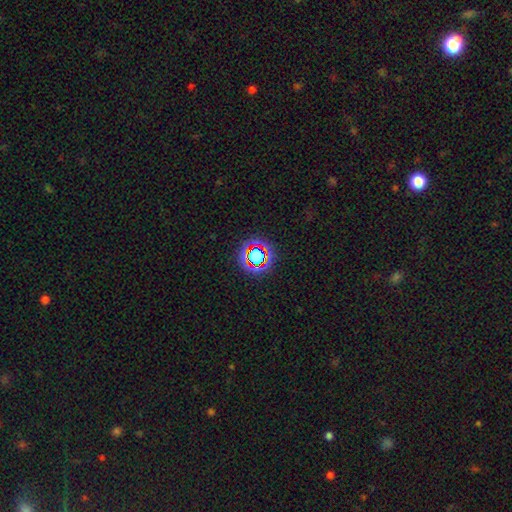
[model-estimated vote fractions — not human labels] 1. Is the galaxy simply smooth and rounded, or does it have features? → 61% star or artifact, 26% smooth, 14% featured or disk.